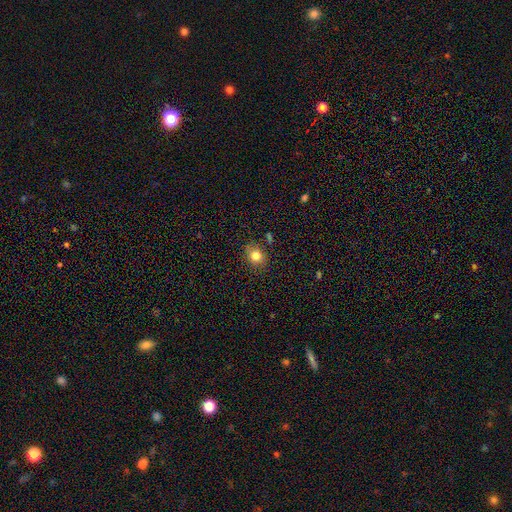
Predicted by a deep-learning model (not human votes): This is likely a smooth galaxy (80%). How rounded: likely round (63%). Merging: clearly none (83%).